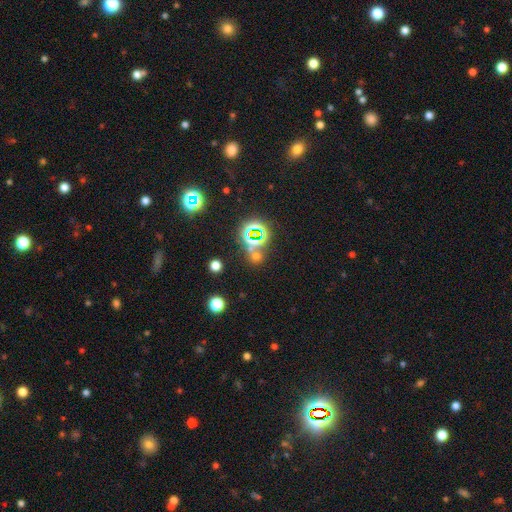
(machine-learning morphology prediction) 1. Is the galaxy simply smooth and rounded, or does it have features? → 48% star or artifact, 43% smooth, 8% featured or disk.